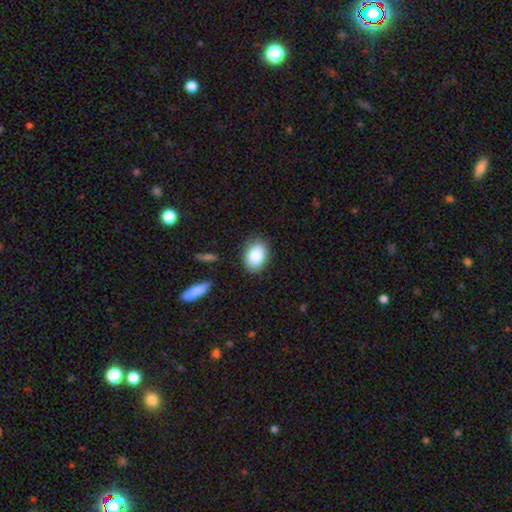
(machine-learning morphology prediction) Smooth or featured? Predicted: smooth (p=0.86). How rounded? Predicted: in between (p=0.80). Merging? Predicted: none (p=0.85).